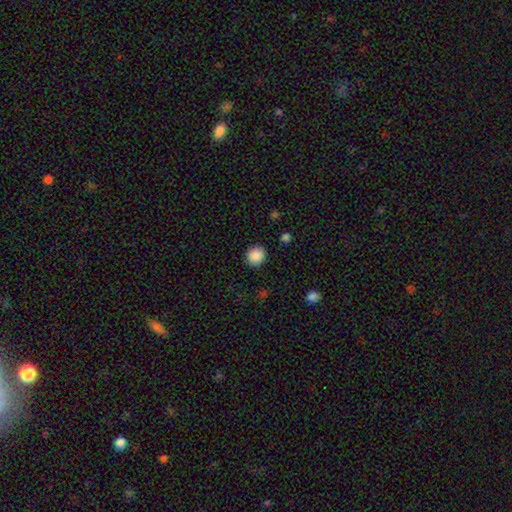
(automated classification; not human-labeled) Q: Smooth or featured?
A: smooth (89%); runner-up: star or artifact (9%)
Q: How rounded?
A: round (86%); runner-up: in between (13%)
Q: Merging?
A: none (90%); runner-up: minor disturbance (7%)